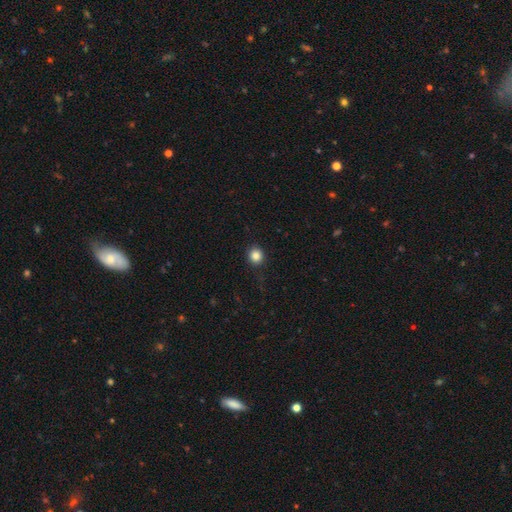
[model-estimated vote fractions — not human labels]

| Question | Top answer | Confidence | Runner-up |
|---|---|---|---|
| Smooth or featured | smooth | 85% | star or artifact (11%) |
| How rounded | round | 88% | in between (11%) |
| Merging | none | 90% | minor disturbance (7%) |